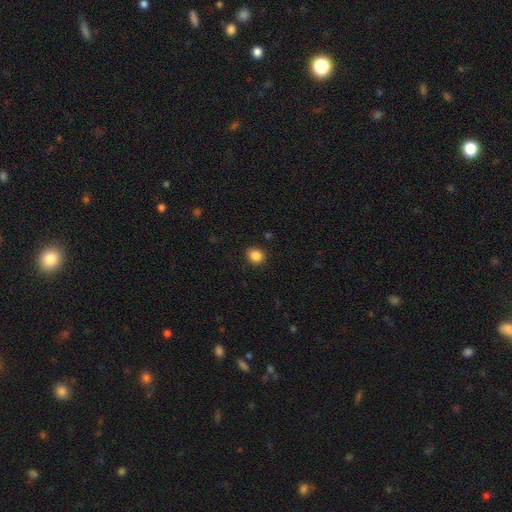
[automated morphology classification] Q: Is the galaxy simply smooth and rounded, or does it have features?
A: smooth — 86%.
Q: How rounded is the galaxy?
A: round — 70%.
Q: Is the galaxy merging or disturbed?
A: none — 88%.